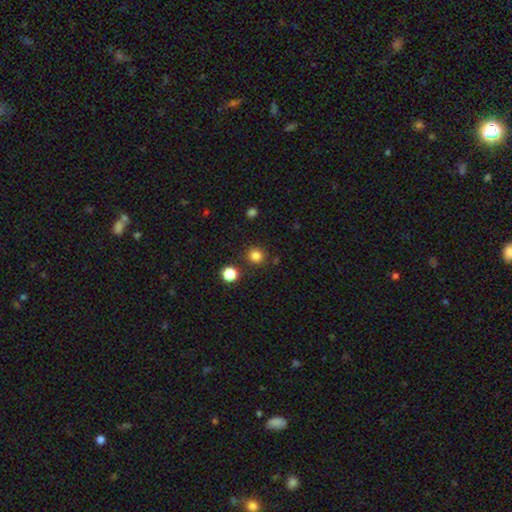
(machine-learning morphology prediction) Q: Smooth or featured?
A: smooth (83%); runner-up: star or artifact (13%)
Q: How rounded?
A: round (94%); runner-up: in between (5%)
Q: Merging?
A: none (88%); runner-up: minor disturbance (6%)